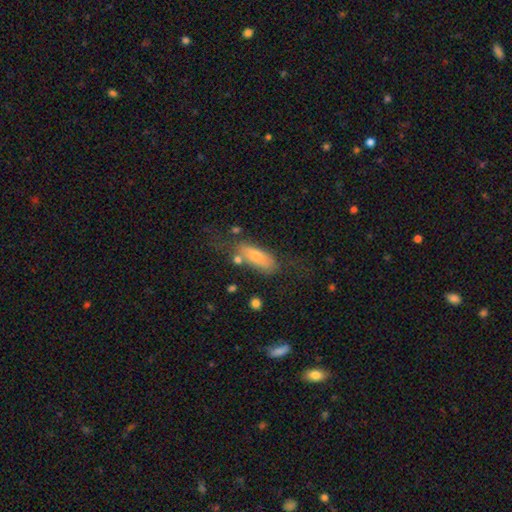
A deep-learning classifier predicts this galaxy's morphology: smooth-or-featured: smooth: 67% | featured or disk: 26% | star or artifact: 8%
  how-rounded: in between: 72% | cigar-shaped: 25% | round: 3%
  merging: none: 44% | minor disturbance: 27% | major disturbance: 19% | merger: 9%